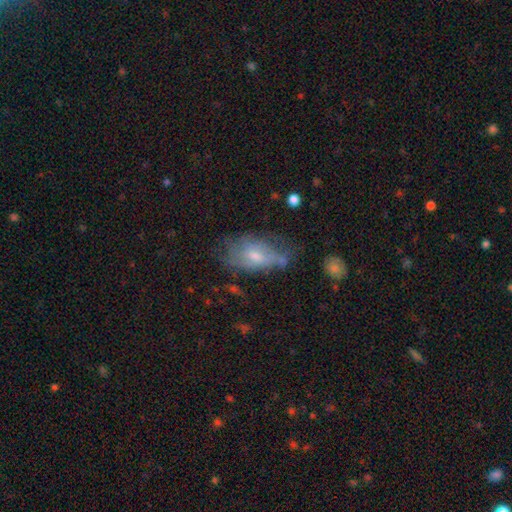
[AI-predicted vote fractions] smooth_or_featured: smooth (p=0.46) [alt: featured or disk p=0.45]
merging: none (p=0.39) [alt: minor disturbance p=0.31]